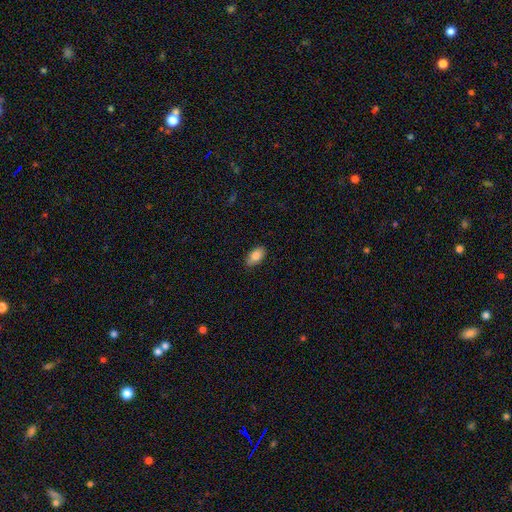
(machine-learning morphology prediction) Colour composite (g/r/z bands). It shows a smooth galaxy with no disk features (84%) that is in between round and cigar-shaped (92%). Merging: none (84%).